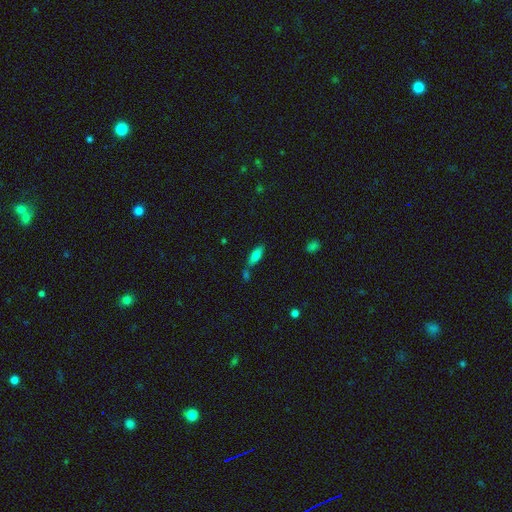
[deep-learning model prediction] The model was most divided on "how rounded": in between: 62%, cigar-shaped: 36%, round: 3%. More confident: smooth or featured — smooth (73%); merging — none (59%).